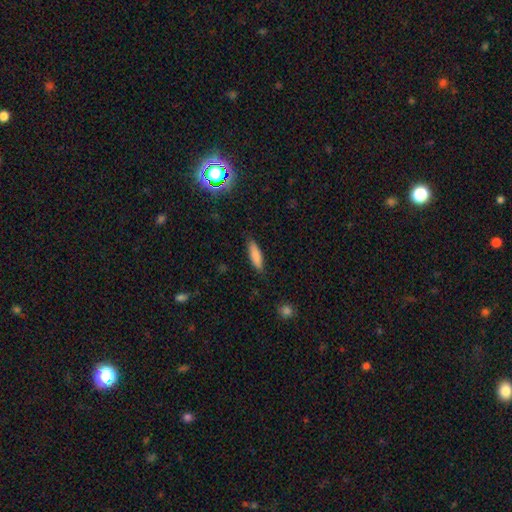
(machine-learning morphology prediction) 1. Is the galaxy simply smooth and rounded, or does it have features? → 83% smooth, 9% featured or disk, 8% star or artifact.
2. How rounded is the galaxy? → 56% cigar-shaped, 43% in between, 2% round.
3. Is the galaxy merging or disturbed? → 84% none, 12% minor disturbance, 2% major disturbance, 1% merger.